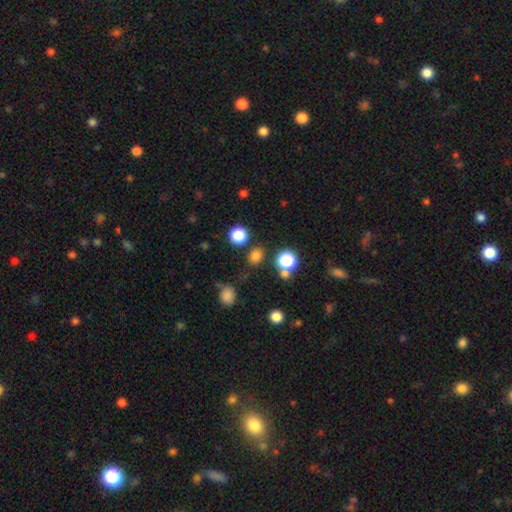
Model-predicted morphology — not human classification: Smooth or featured: smooth — 75% (star or artifact — 20%)
How rounded: round — 74% (in between — 25%)
Merging: none — 82% (minor disturbance — 9%)